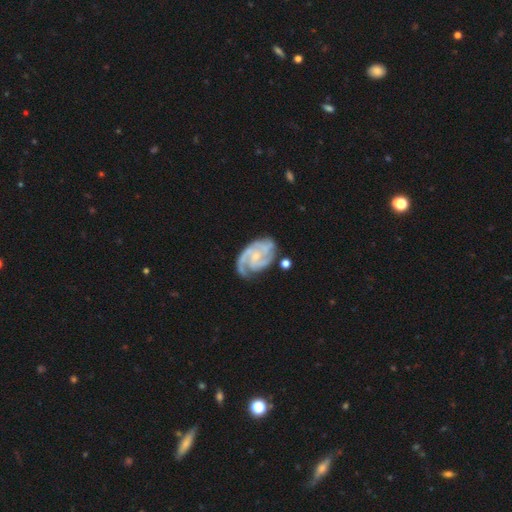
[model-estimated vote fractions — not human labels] Smooth or featured? featured or disk (90%)
Edge-on disk? no (98%)
Bar? no (59%)
Spiral arms? yes (98%)
Spiral winding? tight (51%)
Spiral arm count? 3 (40%)
Bulge size? small (68%)
Merging? none (64%)